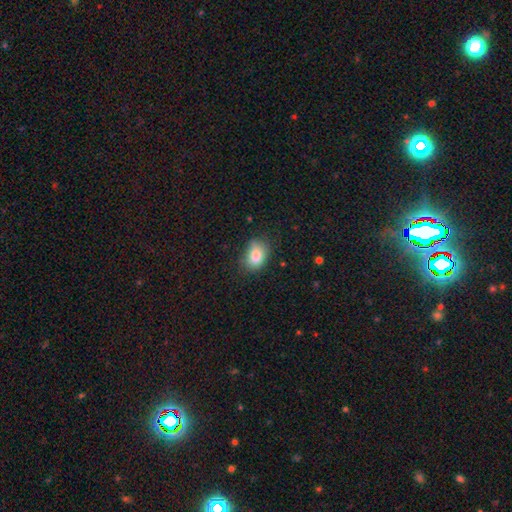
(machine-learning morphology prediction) smooth-or-featured: smooth: 84% | star or artifact: 9% | featured or disk: 8%
  how-rounded: in between: 71% | round: 27% | cigar-shaped: 1%
  merging: none: 65% | minor disturbance: 26% | major disturbance: 7% | merger: 2%